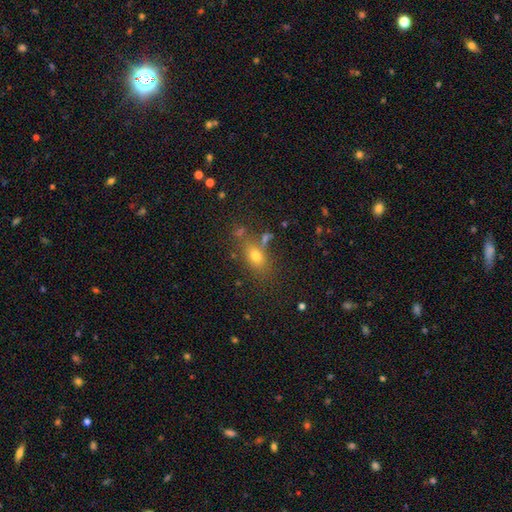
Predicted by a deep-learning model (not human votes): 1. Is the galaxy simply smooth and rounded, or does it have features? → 69% smooth, 17% star or artifact, 14% featured or disk.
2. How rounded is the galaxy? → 70% in between, 24% round, 6% cigar-shaped.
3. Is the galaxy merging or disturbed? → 68% none, 15% minor disturbance, 11% merger, 6% major disturbance.